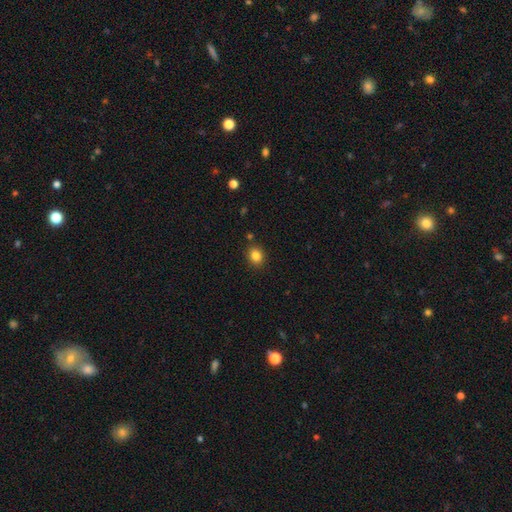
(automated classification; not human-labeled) This appears to be a smooth galaxy with no disk features (83%) that is round (71%). Merging: none (87%).